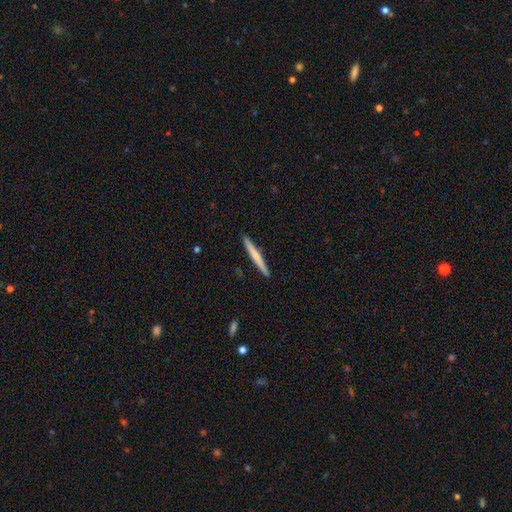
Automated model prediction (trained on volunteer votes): This appears to be a smooth galaxy with no disk features (52%) that is cigar-shaped (97%). Merging: none (92%).